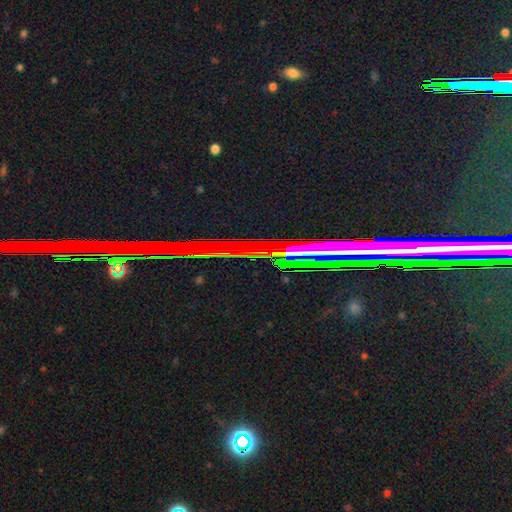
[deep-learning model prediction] A star or artifact, not a galaxy (80%).